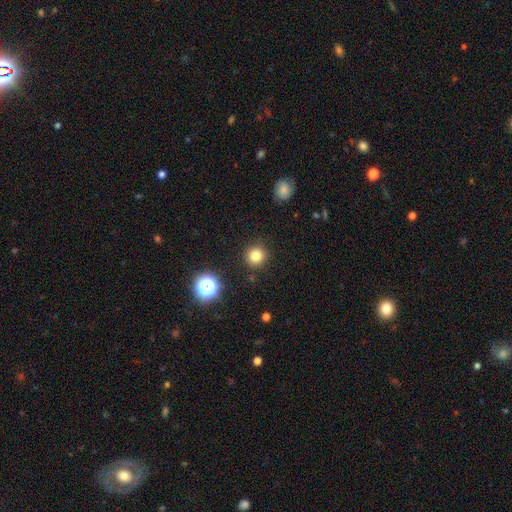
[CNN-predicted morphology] Q: Smooth or featured?
A: smooth (80%); runner-up: star or artifact (14%)
Q: How rounded?
A: round (94%); runner-up: in between (5%)
Q: Merging?
A: none (90%); runner-up: minor disturbance (6%)